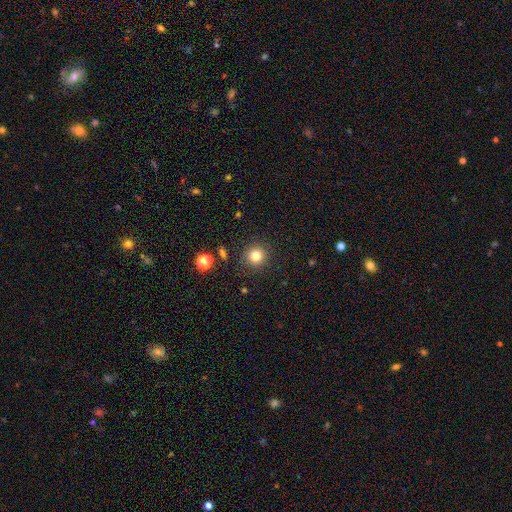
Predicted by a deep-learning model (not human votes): Overall: smooth (81%). How rounded: round (93%). Merging: none (89%).